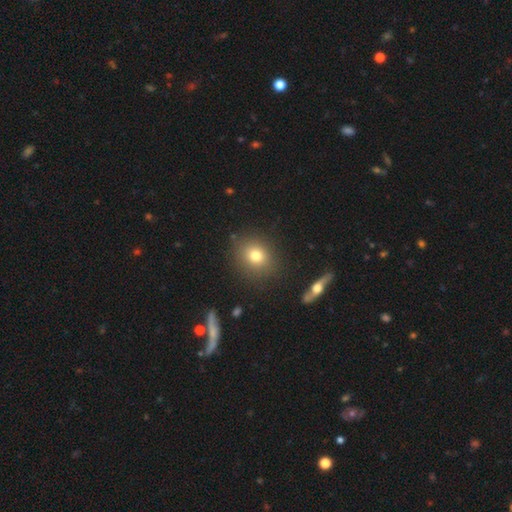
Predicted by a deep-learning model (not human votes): Smooth or featured? Predicted: smooth (p=0.77). How rounded? Predicted: round (p=0.74). Merging? Predicted: none (p=0.86).